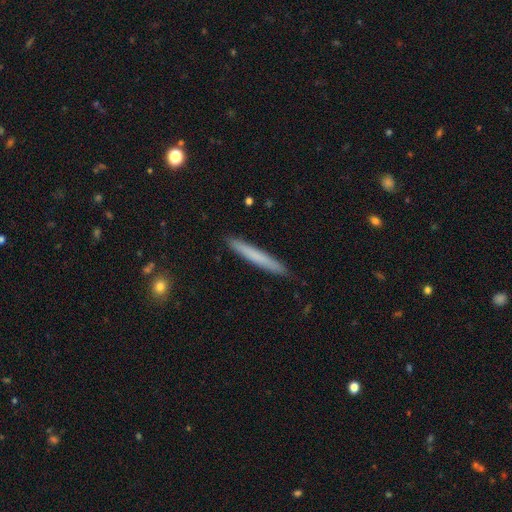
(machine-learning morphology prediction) Q: Smooth or featured?
A: smooth (68%); runner-up: featured or disk (26%)
Q: How rounded?
A: cigar-shaped (97%); runner-up: in between (2%)
Q: Merging?
A: none (91%); runner-up: minor disturbance (7%)